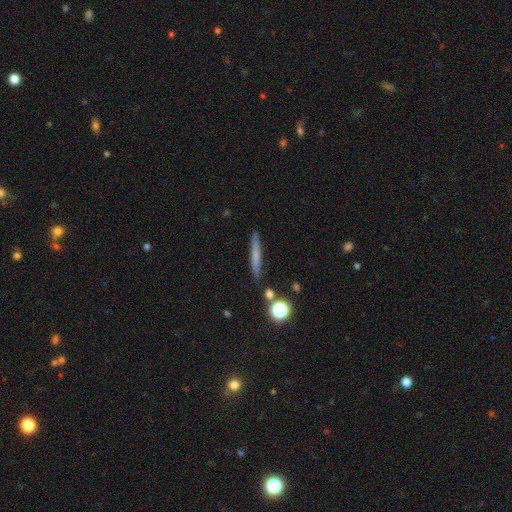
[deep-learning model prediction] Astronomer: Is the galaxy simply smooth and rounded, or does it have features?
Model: smooth — 58%.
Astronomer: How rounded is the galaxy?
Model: cigar-shaped — 92%.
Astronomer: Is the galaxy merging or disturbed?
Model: none — 86%.